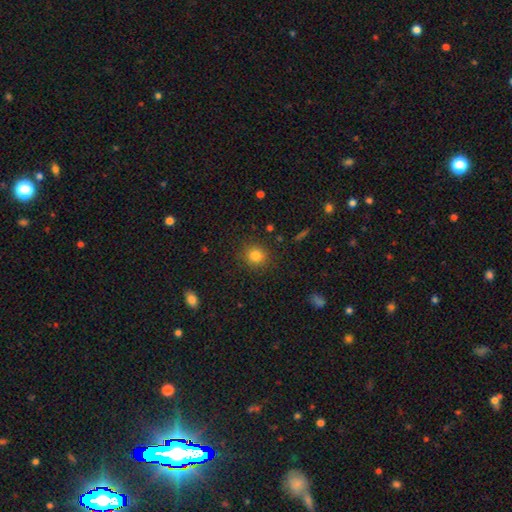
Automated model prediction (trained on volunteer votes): Overall: smooth (81%). How rounded: round (88%). Merging: none (87%).